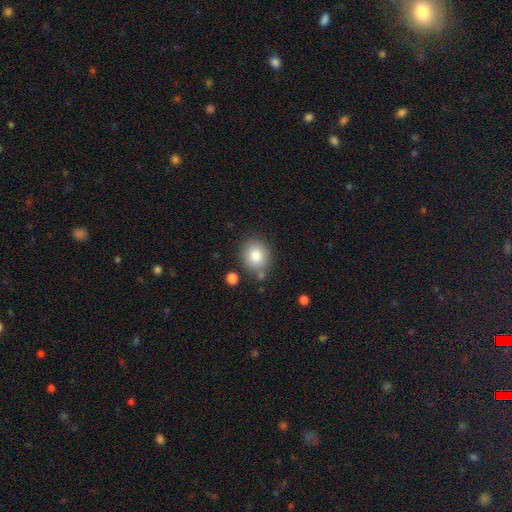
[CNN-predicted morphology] Smooth or featured: smooth — 81% (star or artifact — 10%)
How rounded: round — 77% (in between — 22%)
Merging: none — 79% (minor disturbance — 12%)